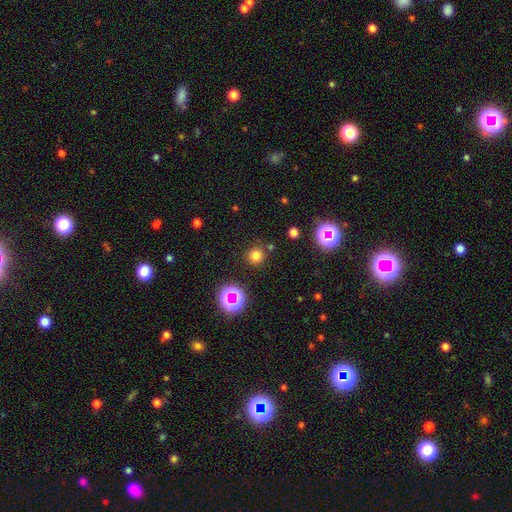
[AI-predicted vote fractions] A smooth galaxy with no disk features (74%) that is round (95%).

Vote fractions:
- Smooth or featured? smooth: 74% / star or artifact: 21% / featured or disk: 6%
- How rounded? round: 95% / in between: 4% / cigar-shaped: 1%
- Merging? none: 87% / minor disturbance: 7% / merger: 4% / major disturbance: 3%